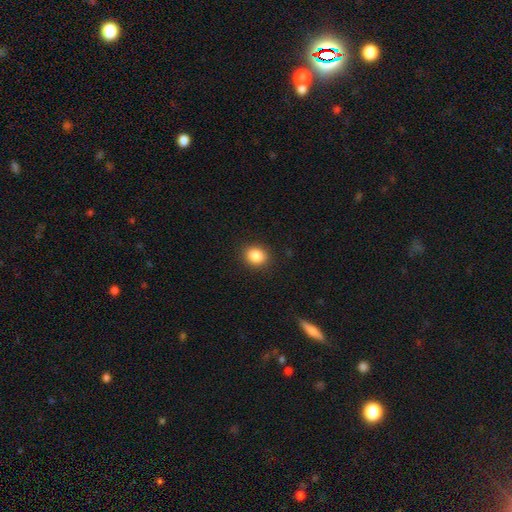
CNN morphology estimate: type=smooth (86%); roundness=round (65%); merging=none (89%).